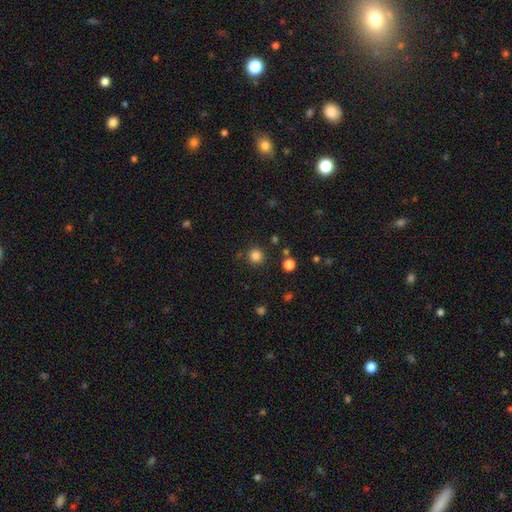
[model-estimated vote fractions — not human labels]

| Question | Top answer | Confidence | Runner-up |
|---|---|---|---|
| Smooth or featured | smooth | 83% | star or artifact (13%) |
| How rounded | round | 94% | in between (5%) |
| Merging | none | 88% | minor disturbance (7%) |